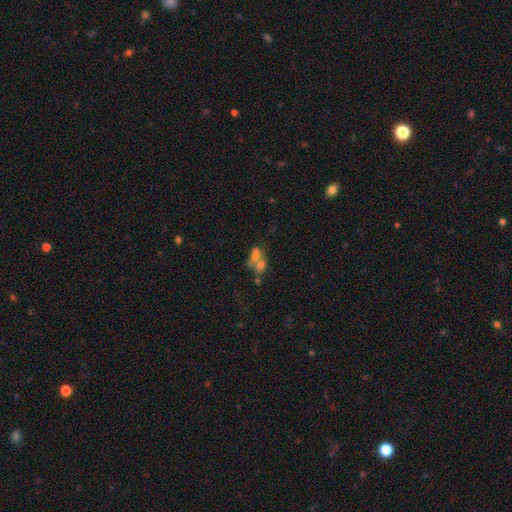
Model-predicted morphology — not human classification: Smooth or featured: smooth — 52% (featured or disk — 31%)
How rounded: in between — 69% (round — 27%)
Merging: merger — 60% (none — 24%)